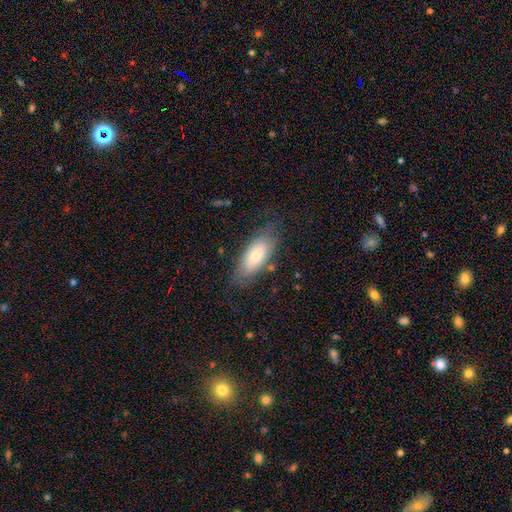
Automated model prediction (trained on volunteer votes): Q: Smooth or featured?
A: smooth (64%); runner-up: featured or disk (29%)
Q: How rounded?
A: in between (83%); runner-up: cigar-shaped (14%)
Q: Merging?
A: none (72%); runner-up: minor disturbance (20%)